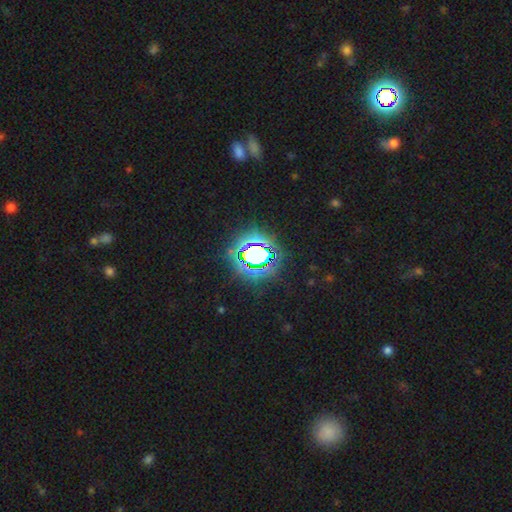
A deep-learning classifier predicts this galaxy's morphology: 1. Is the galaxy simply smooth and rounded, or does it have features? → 68% star or artifact, 20% smooth, 11% featured or disk.